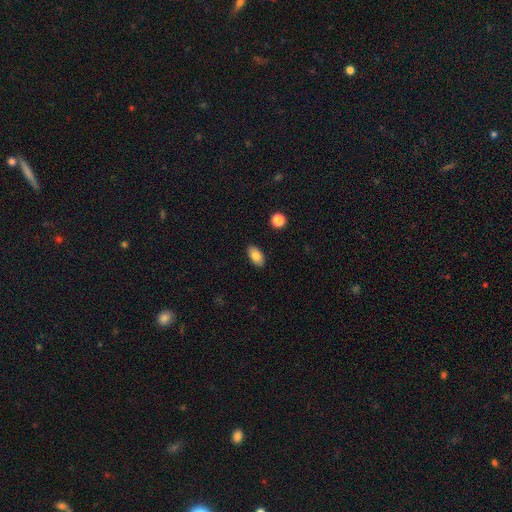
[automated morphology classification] smooth-or-featured: smooth: 82% | featured or disk: 11% | star or artifact: 8%
  how-rounded: in between: 93% | round: 5% | cigar-shaped: 2%
  merging: none: 88% | minor disturbance: 9% | major disturbance: 2% | merger: 1%